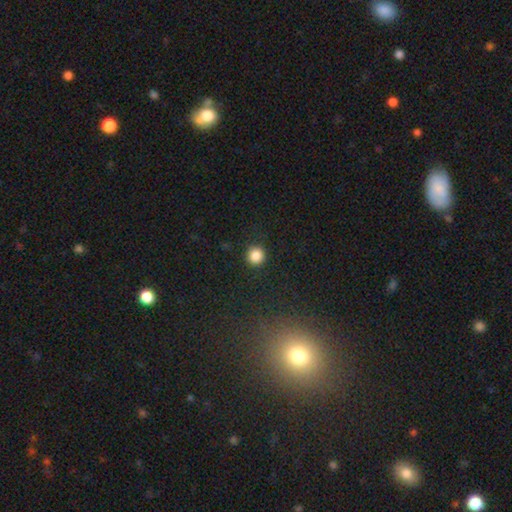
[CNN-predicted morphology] Q: Smooth or featured?
A: smooth (86%); runner-up: star or artifact (11%)
Q: How rounded?
A: round (94%); runner-up: in between (5%)
Q: Merging?
A: none (91%); runner-up: minor disturbance (6%)